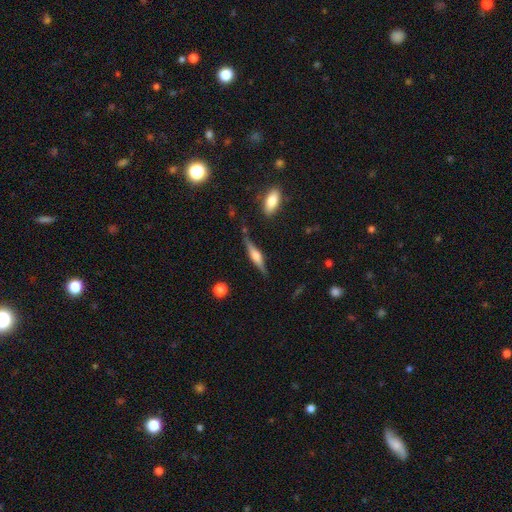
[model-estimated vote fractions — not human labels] A featured or disk galaxy (69%) viewed edge-on (96%) with a rounded central bulge (79%).

Vote fractions:
- Smooth or featured? featured or disk: 69% / smooth: 25% / star or artifact: 6%
- Edge-on disk? yes: 96% / no: 4%
- Edge-on bulge? rounded: 79% / boxy: 18% / none: 3%
- Merging? none: 82% / minor disturbance: 12% / major disturbance: 3% / merger: 3%